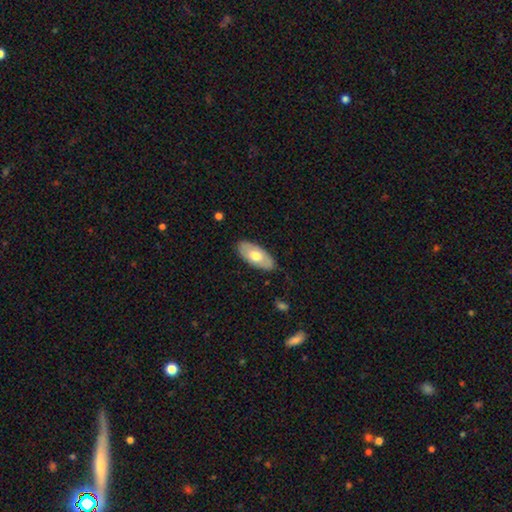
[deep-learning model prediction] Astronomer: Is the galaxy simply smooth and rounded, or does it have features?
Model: smooth — 60%.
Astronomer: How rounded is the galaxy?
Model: in between — 92%.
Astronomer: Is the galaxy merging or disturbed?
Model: none — 85%.